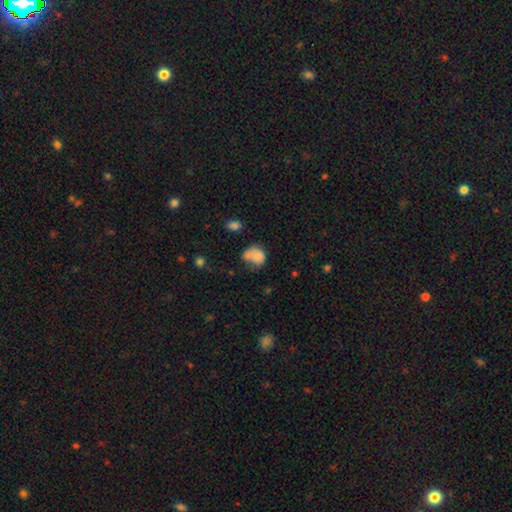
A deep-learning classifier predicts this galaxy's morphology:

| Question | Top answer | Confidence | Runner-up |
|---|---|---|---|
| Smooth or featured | smooth | 75% | featured or disk (15%) |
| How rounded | round | 50% | in between (49%) |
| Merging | none | 31% | minor disturbance (28%) |